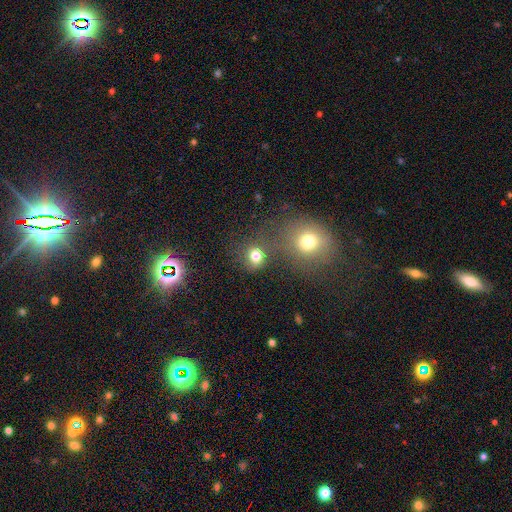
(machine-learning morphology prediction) This is likely a smooth galaxy (77%). How rounded: likely round (74%). Merging: possibly none (59%).